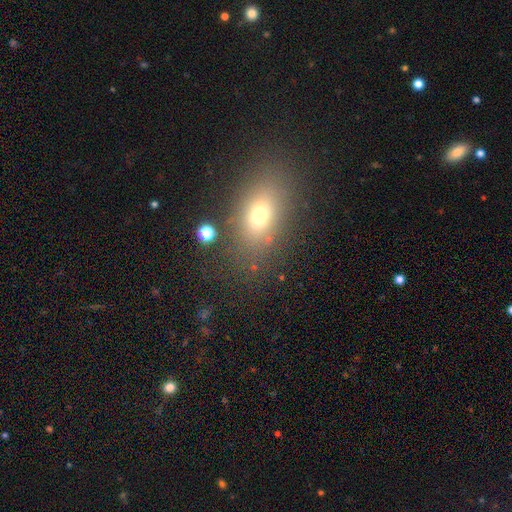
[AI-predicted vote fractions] Smooth or featured? Predicted: smooth (p=0.66). How rounded? Predicted: in between (p=0.79). Merging? Predicted: none (p=0.84).